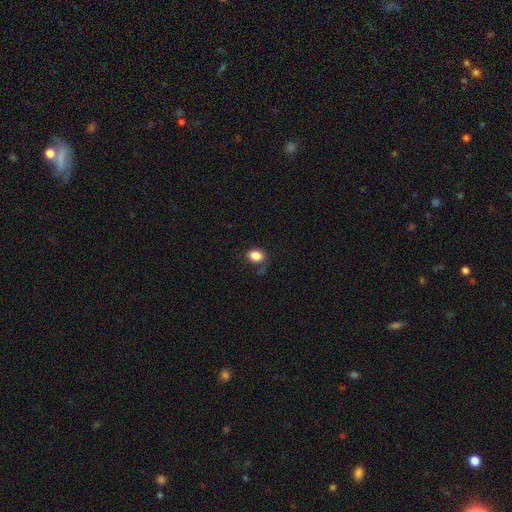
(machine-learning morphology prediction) This is clearly a smooth galaxy (86%). How rounded: likely in between (71%). Merging: likely none (70%).